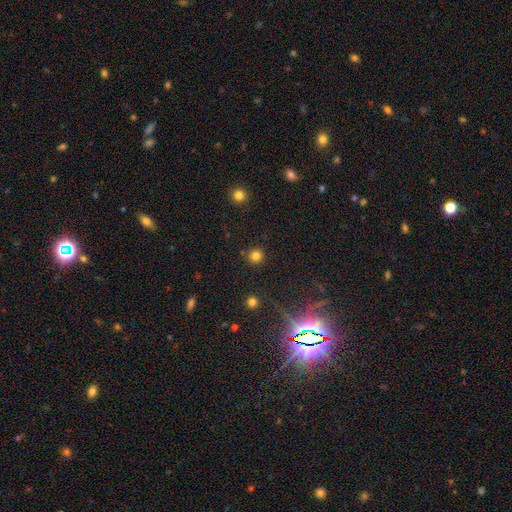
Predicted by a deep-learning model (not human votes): This is likely a smooth galaxy (80%). How rounded: clearly round (93%). Merging: clearly none (90%).